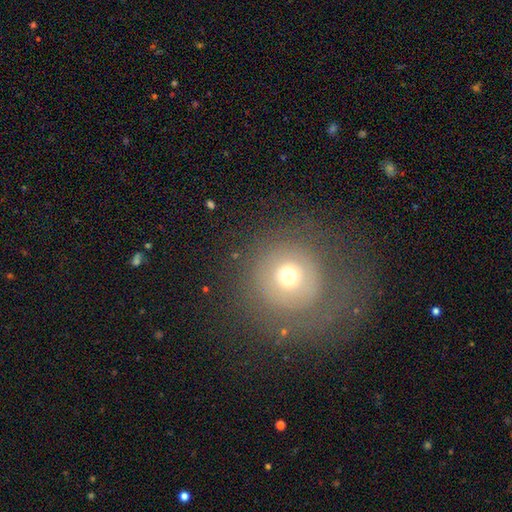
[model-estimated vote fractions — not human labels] Smooth or featured: smooth — 52% (featured or disk — 30%)
How rounded: round — 92% (in between — 7%)
Merging: none — 72% (minor disturbance — 13%)